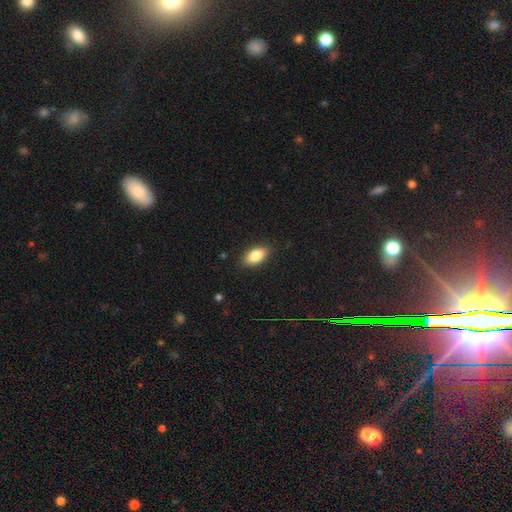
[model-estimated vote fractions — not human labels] Smooth or featured: smooth — 84% (featured or disk — 9%)
How rounded: in between — 90% (cigar-shaped — 5%)
Merging: none — 87% (minor disturbance — 10%)